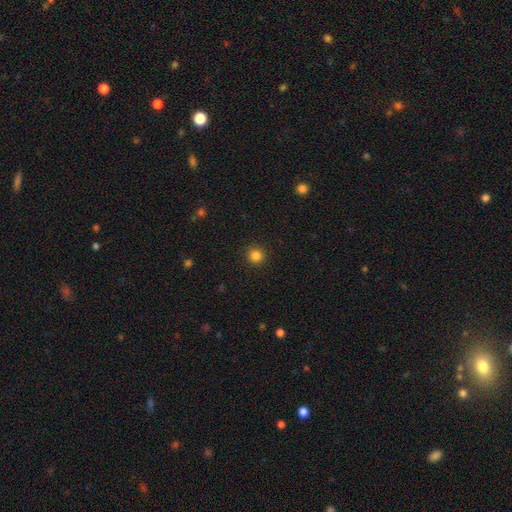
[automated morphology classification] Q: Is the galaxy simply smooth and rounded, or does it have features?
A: smooth — 85%.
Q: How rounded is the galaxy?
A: round — 94%.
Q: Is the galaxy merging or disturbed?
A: none — 92%.